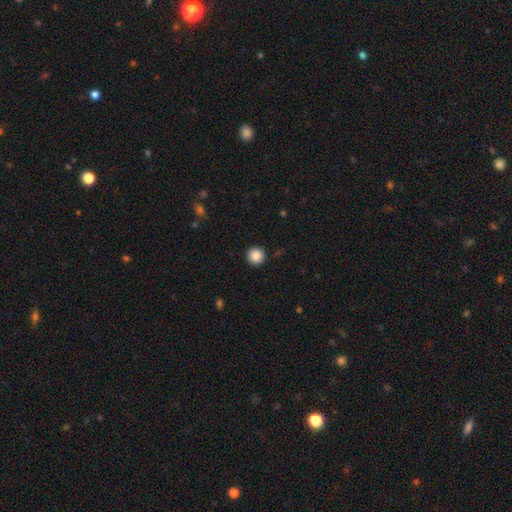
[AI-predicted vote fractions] Morphology: type=smooth (87%); roundness=round (96%); merging=none (92%).